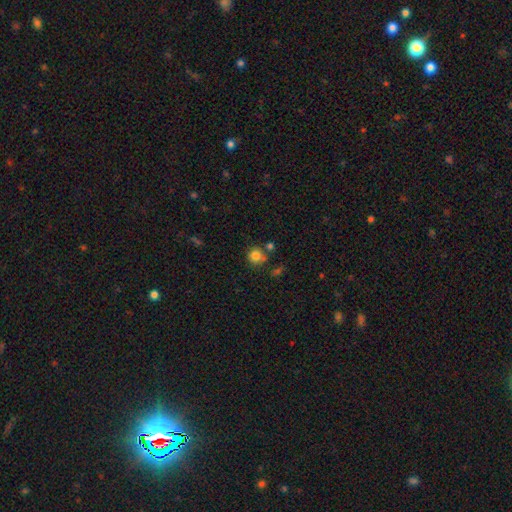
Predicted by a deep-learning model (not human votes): This is clearly a smooth galaxy (81%). How rounded: clearly round (89%). Merging: likely none (68%).